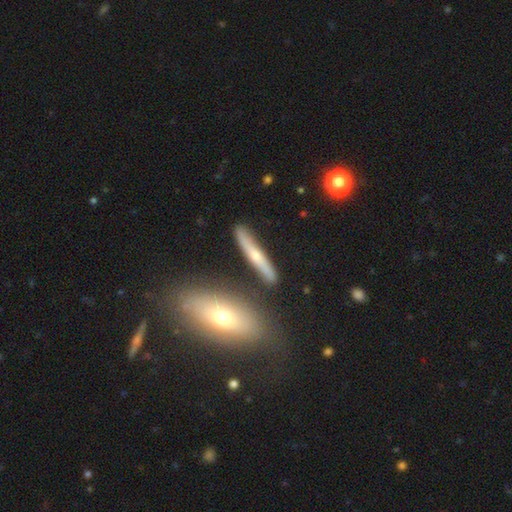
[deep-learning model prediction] Q: Smooth or featured?
A: featured or disk (53%); runner-up: smooth (40%)
Q: Edge-on disk?
A: yes (83%); runner-up: no (17%)
Q: Merging?
A: none (81%); runner-up: minor disturbance (11%)